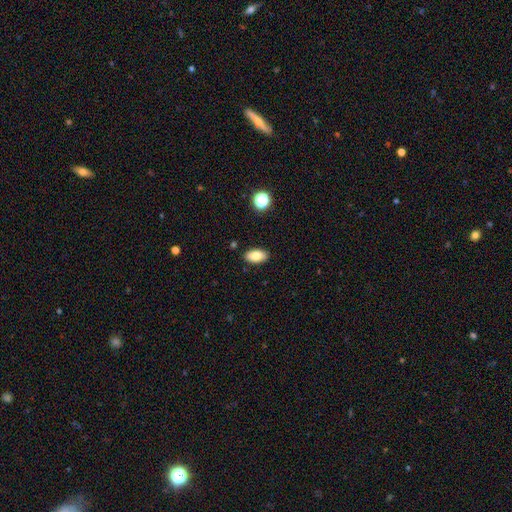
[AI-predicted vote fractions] smooth_or_featured: smooth (p=0.81) [alt: featured or disk p=0.10]
how_rounded: in between (p=0.92) [alt: round p=0.04]
merging: none (p=0.89) [alt: minor disturbance p=0.08]